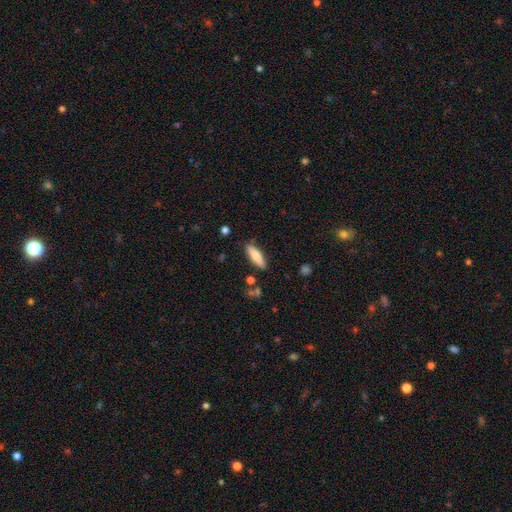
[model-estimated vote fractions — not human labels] Q: Smooth or featured?
A: smooth (75%); runner-up: featured or disk (19%)
Q: How rounded?
A: cigar-shaped (56%); runner-up: in between (42%)
Q: Merging?
A: none (82%); runner-up: minor disturbance (12%)